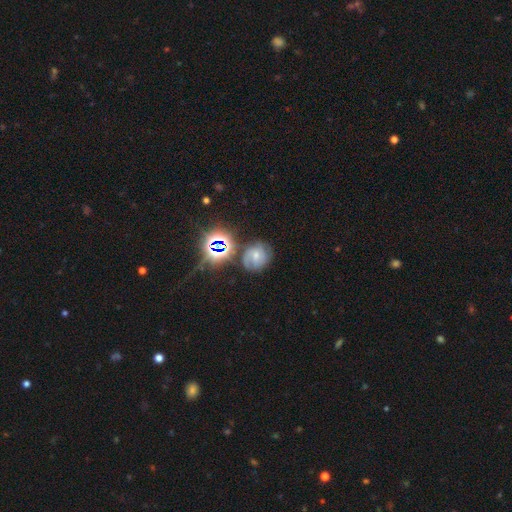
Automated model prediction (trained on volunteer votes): Q: Smooth or featured?
A: featured or disk (54%); runner-up: smooth (25%)
Q: Edge-on disk?
A: no (97%); runner-up: yes (3%)
Q: Bar?
A: no (54%); runner-up: weak (36%)
Q: Spiral arms?
A: yes (87%); runner-up: no (13%)
Q: Bulge size?
A: small (55%); runner-up: moderate (37%)
Q: Merging?
A: none (64%); runner-up: minor disturbance (20%)